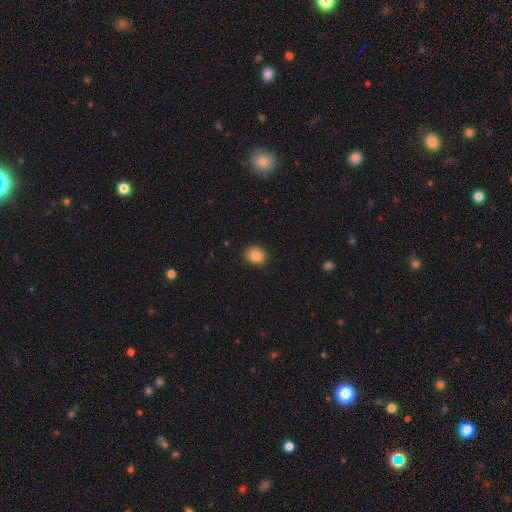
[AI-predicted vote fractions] Smooth or featured: smooth — 85% (star or artifact — 10%)
How rounded: round — 70% (in between — 29%)
Merging: none — 91% (minor disturbance — 6%)